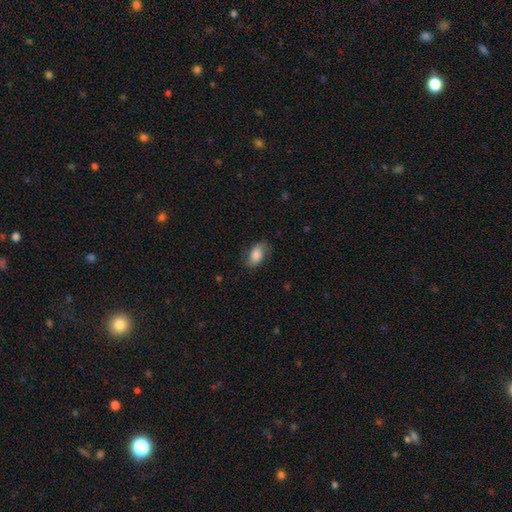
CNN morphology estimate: smooth 71%, featured or disk 22%, star or artifact 8%. Down the decision tree: how rounded — in between (89%); merging — none (69%).